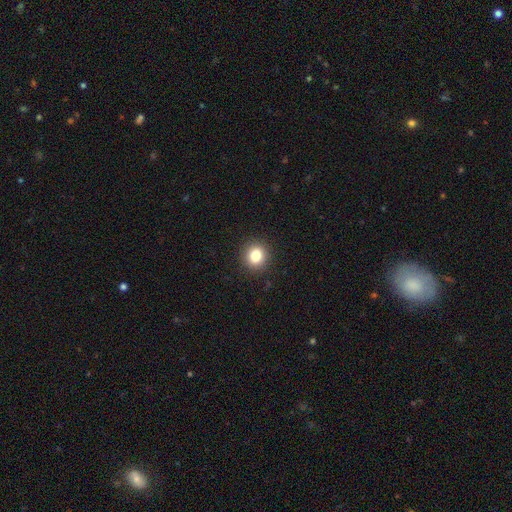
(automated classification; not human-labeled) This appears to be a smooth galaxy with no disk features (82%) that is round (83%). Merging: none (91%).